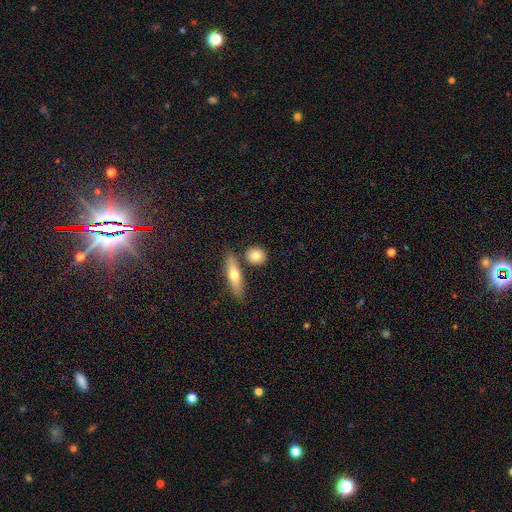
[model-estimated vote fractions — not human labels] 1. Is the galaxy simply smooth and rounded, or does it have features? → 79% smooth, 14% featured or disk, 6% star or artifact.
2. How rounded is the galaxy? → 61% round, 30% in between, 10% cigar-shaped.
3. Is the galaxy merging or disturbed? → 76% none, 12% merger, 10% minor disturbance, 3% major disturbance.